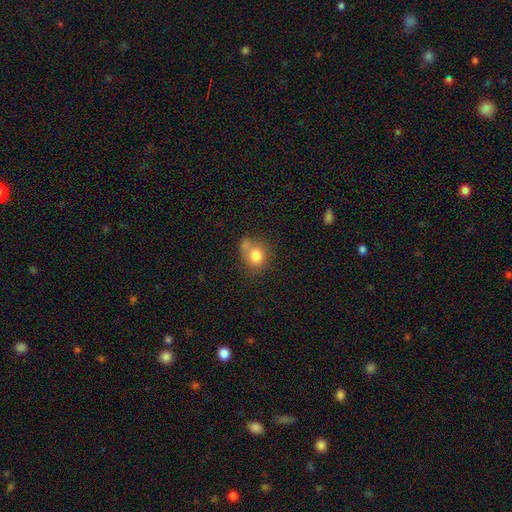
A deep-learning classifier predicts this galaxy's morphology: smooth-or-featured: smooth: 79% | featured or disk: 12% | star or artifact: 10%
  how-rounded: round: 65% | in between: 34% | cigar-shaped: 1%
  merging: none: 39% | merger: 34% | minor disturbance: 18% | major disturbance: 9%